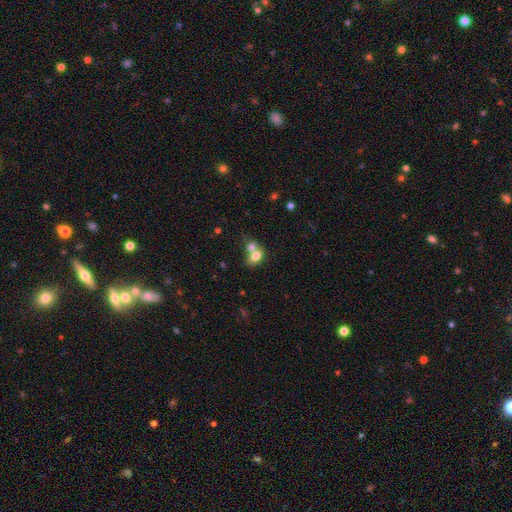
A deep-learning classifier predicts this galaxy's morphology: Smooth or featured: smooth — 75% (featured or disk — 15%)
How rounded: in between — 69% (round — 29%)
Merging: merger — 61% (none — 27%)